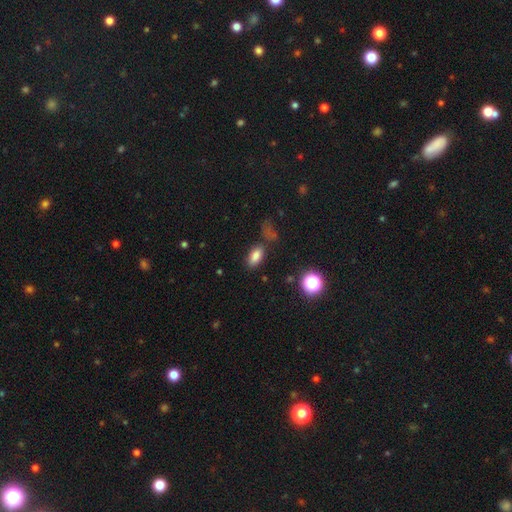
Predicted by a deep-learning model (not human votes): A smooth galaxy with no disk features (81%) that is in between round and cigar-shaped (89%). Merging: none (75%).